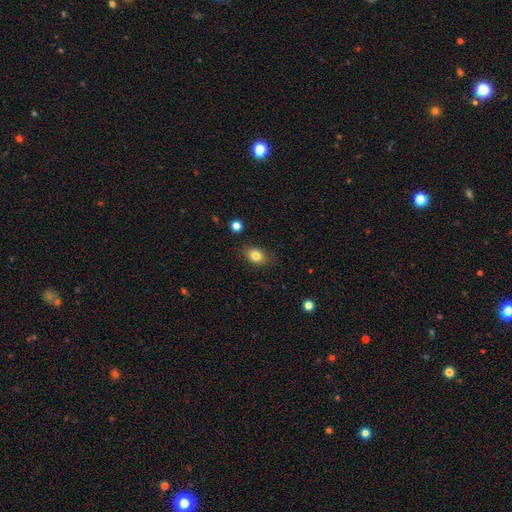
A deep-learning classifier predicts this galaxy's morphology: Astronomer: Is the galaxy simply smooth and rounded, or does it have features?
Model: smooth — 82%.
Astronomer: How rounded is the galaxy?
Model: in between — 75%.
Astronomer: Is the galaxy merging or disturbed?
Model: none — 83%.